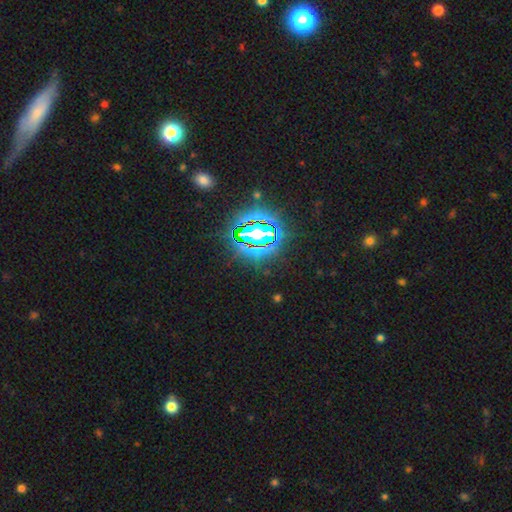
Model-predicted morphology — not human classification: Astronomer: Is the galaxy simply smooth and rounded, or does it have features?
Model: star or artifact — 81%.